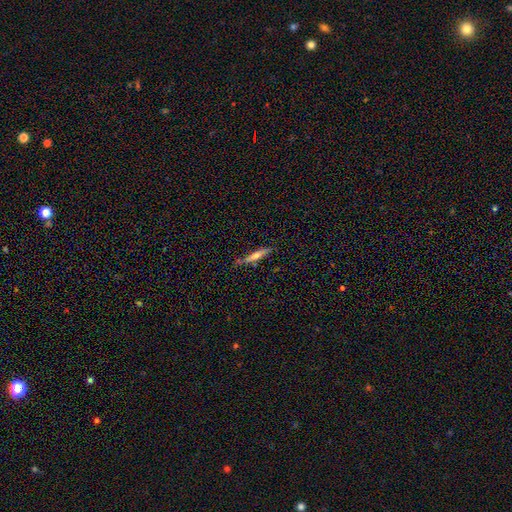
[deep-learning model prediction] Smooth or featured? Predicted: featured or disk (p=0.51). Edge-on disk? Predicted: yes (p=0.95). Merging? Predicted: none (p=0.81).